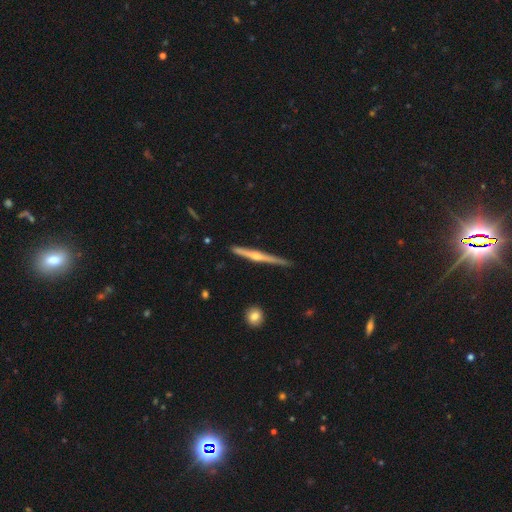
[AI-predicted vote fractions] A featured or disk galaxy (78%) viewed edge-on (98%) with a rounded central bulge (83%). Merging: none (88%).